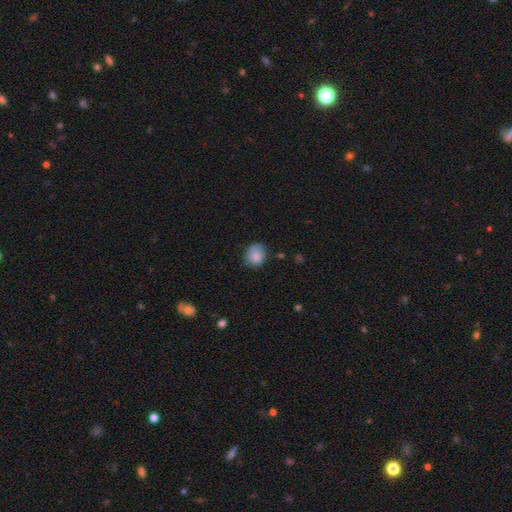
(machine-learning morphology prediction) Smooth or featured?
  - smooth: 84% *
  - star or artifact: 9%
  - featured or disk: 8%
How rounded?
  - round: 67% *
  - in between: 32%
  - cigar-shaped: 1%
Merging?
  - none: 67% *
  - minor disturbance: 26%
  - major disturbance: 5%
  - merger: 2%